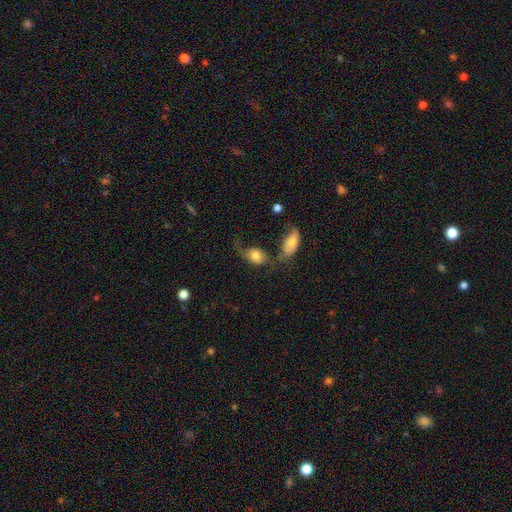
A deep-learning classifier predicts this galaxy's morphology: type=smooth (67%); roundness=in between (75%); merging=major disturbance (33%).